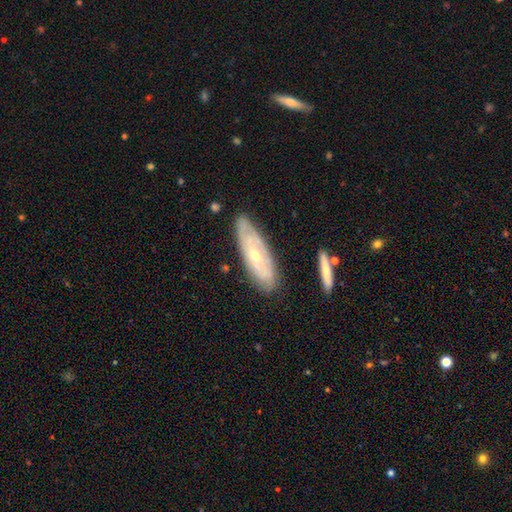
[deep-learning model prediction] featured or disk 72%, smooth 22%, star or artifact 6%. Down the decision tree: edge-on disk — no (80%); bar — no (60%); spiral arms — yes (74%); bulge size — small (52%); merging — none (78%).